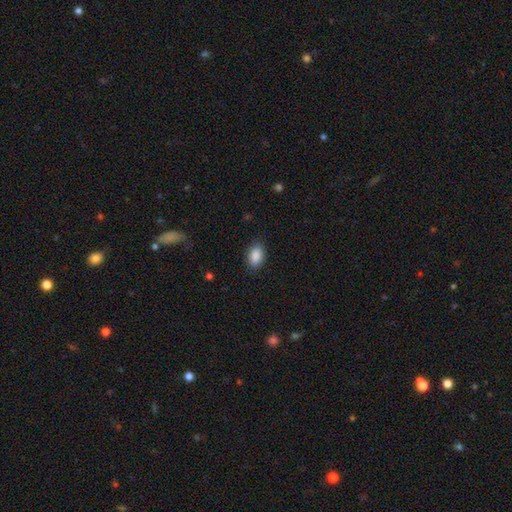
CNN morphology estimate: type=smooth (89%); roundness=in between (89%); merging=none (86%).